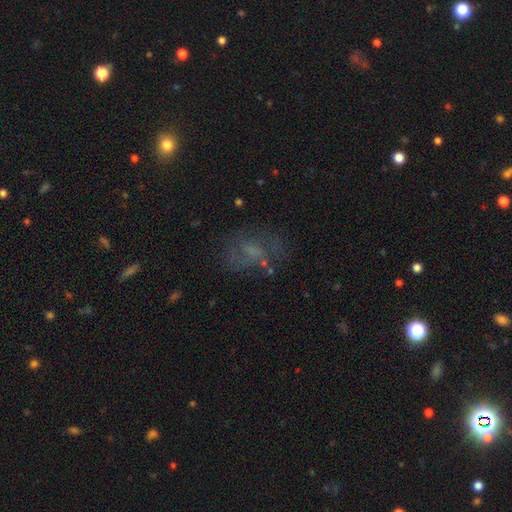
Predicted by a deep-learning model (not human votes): featured or disk 39%, smooth 31%, star or artifact 29%. Down the decision tree: merging — none (58%).